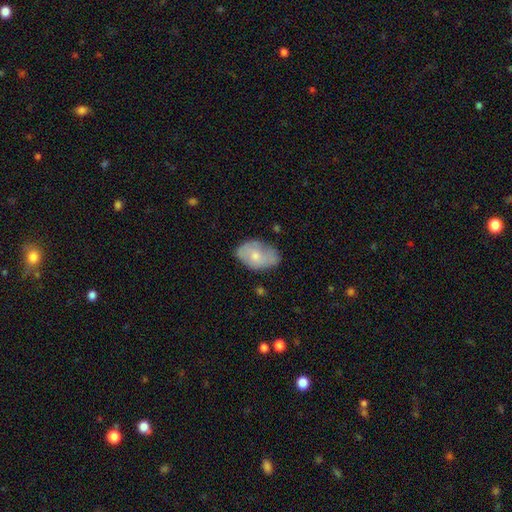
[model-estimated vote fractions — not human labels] smooth_or_featured: smooth (p=0.63) [alt: featured or disk p=0.31]
how_rounded: in between (p=0.87) [alt: round p=0.12]
merging: none (p=0.60) [alt: minor disturbance p=0.30]